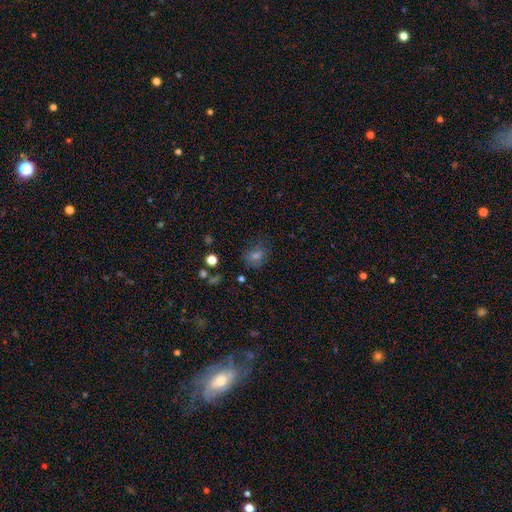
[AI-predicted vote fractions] Smooth or featured? Predicted: smooth (p=0.58). How rounded? Predicted: round (p=0.59). Merging? Predicted: none (p=0.69).